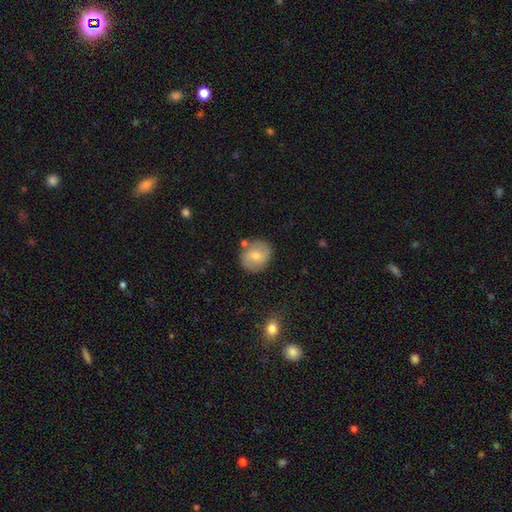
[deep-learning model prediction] The model was most divided on "smooth or featured": smooth: 59%, featured or disk: 33%, star or artifact: 8%. More confident: merging — none (78%); how rounded — round (72%).